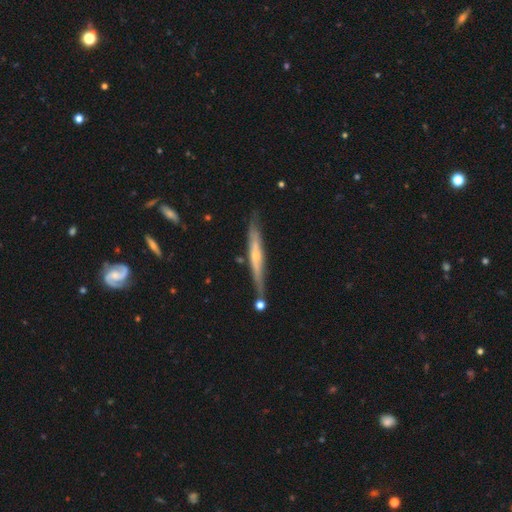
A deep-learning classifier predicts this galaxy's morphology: featured or disk 67%, smooth 28%, star or artifact 6%. Down the decision tree: edge-on disk — yes (91%); edge-on bulge — rounded (63%); merging — none (74%).